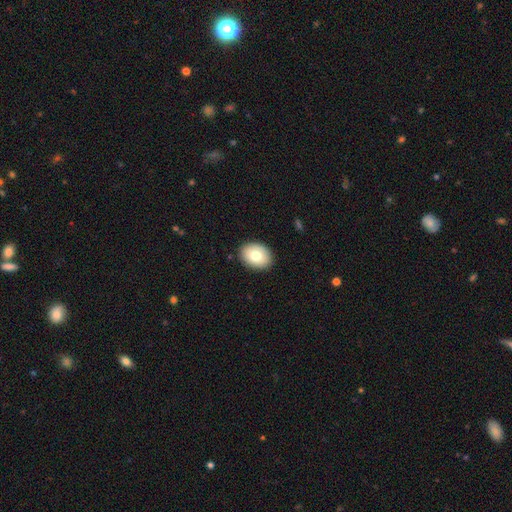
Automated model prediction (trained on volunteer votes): Morphology: type=smooth (77%); roundness=in between (68%); merging=none (89%).